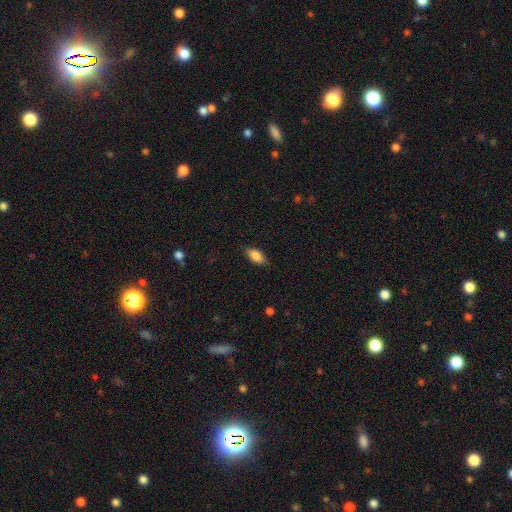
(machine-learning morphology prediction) Smooth or featured? Predicted: smooth (p=0.87). How rounded? Predicted: in between (p=0.91). Merging? Predicted: none (p=0.85).